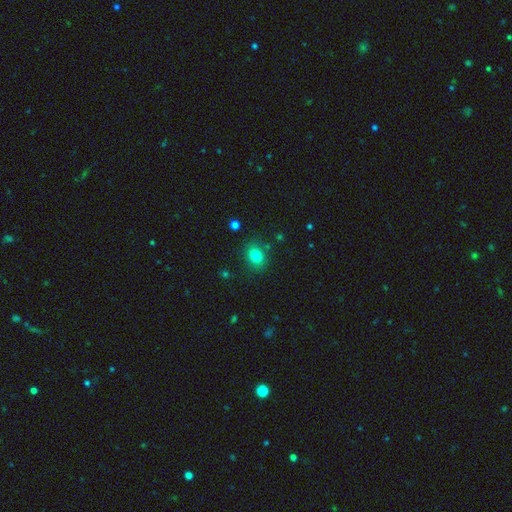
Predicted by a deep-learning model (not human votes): The model was most divided on "how rounded": in between: 50%, round: 49%, cigar-shaped: 1%. More confident: merging — none (83%); smooth or featured — smooth (81%).